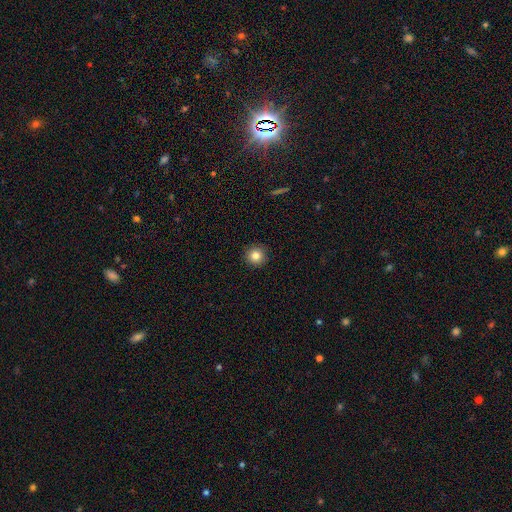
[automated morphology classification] Smooth or featured? Predicted: smooth (p=0.83). How rounded? Predicted: round (p=0.95). Merging? Predicted: none (p=0.93).